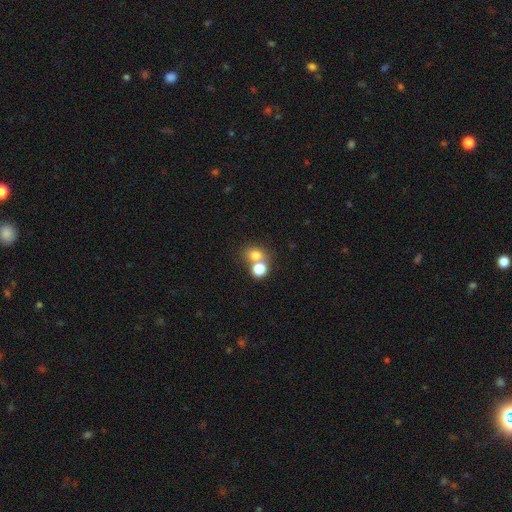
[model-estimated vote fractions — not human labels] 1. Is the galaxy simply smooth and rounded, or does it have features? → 74% smooth, 16% star or artifact, 10% featured or disk.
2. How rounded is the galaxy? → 69% round, 30% in between, 1% cigar-shaped.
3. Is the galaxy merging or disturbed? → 48% none, 41% merger, 8% minor disturbance, 4% major disturbance.